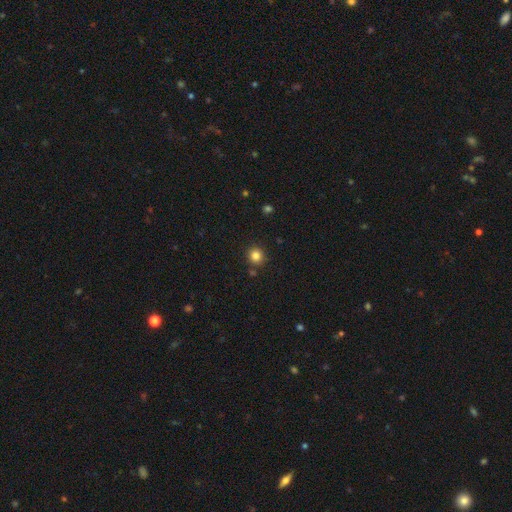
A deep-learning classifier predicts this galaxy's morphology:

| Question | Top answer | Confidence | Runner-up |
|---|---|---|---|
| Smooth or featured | smooth | 83% | star or artifact (12%) |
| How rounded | round | 92% | in between (8%) |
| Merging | none | 86% | minor disturbance (7%) |